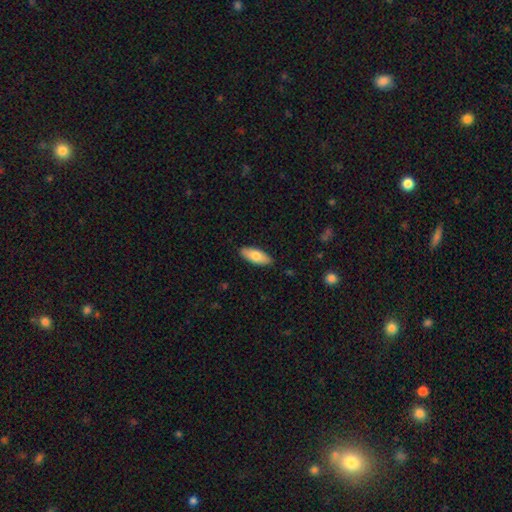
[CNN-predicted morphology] A smooth galaxy with no disk features (78%) that is in between round and cigar-shaped (76%). Merging: none (88%).